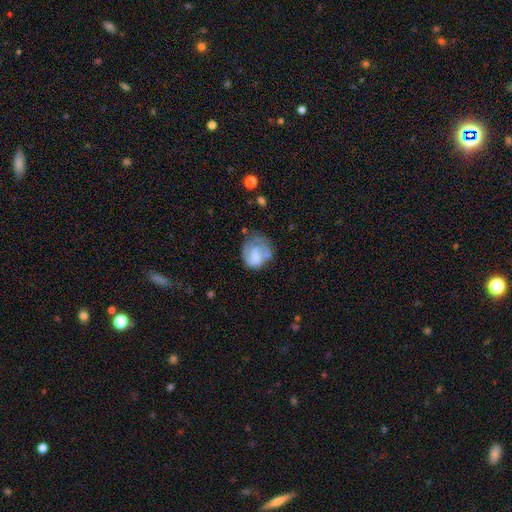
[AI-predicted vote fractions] This is possibly a featured or disk galaxy (51%). It is clearly not viewed edge-on (98%). Merging: marginally none (43%).